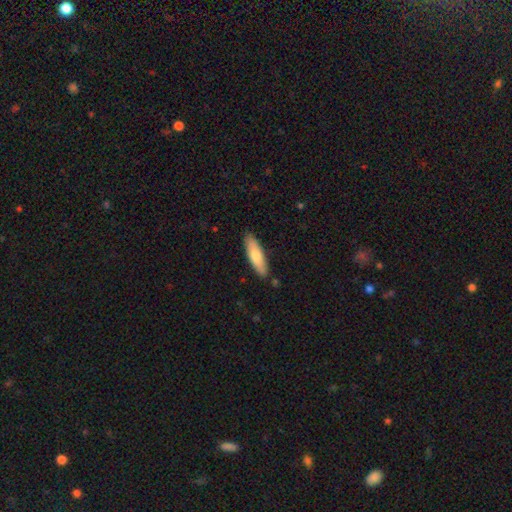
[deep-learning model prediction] The model was most divided on "how rounded": cigar-shaped: 61%, in between: 37%, round: 1%. More confident: merging — none (87%); smooth or featured — smooth (75%).